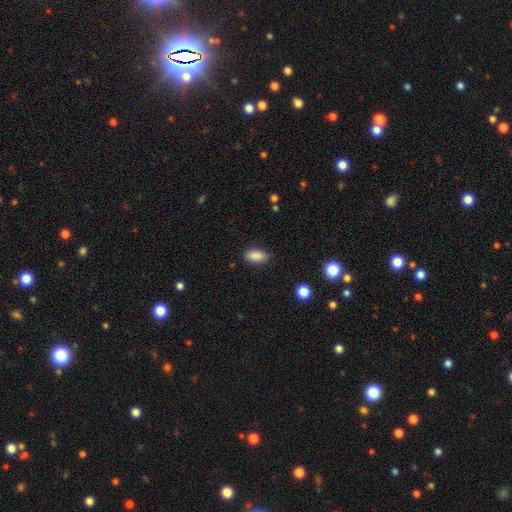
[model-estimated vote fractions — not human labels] A smooth galaxy with no disk features (88%) that is in between round and cigar-shaped (91%). Merging: none (86%).